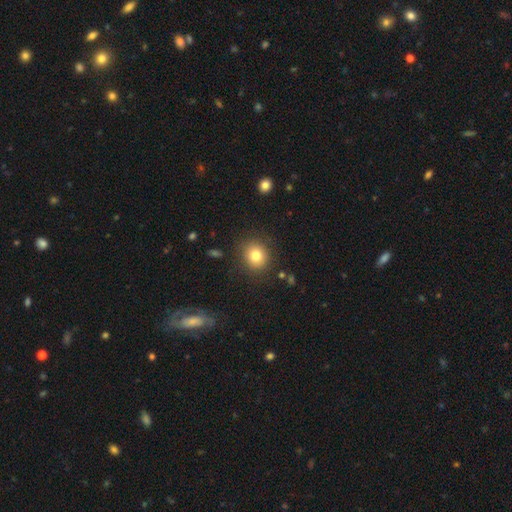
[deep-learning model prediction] Q: Smooth or featured?
A: smooth (80%); runner-up: star or artifact (12%)
Q: How rounded?
A: round (80%); runner-up: in between (19%)
Q: Merging?
A: none (88%); runner-up: minor disturbance (8%)